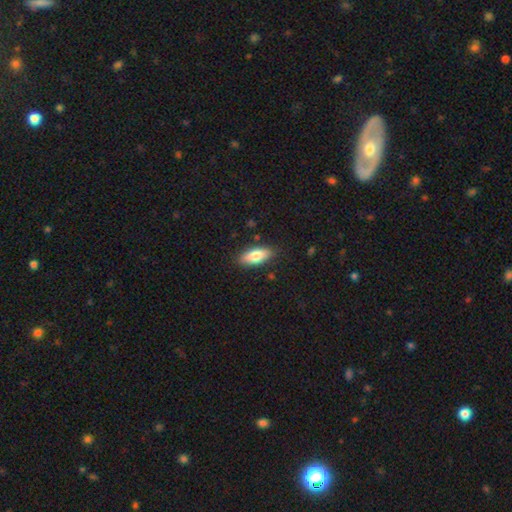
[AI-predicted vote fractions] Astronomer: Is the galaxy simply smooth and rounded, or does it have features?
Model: smooth — 80%.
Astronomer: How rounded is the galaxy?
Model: in between — 84%.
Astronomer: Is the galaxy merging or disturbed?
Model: none — 85%.